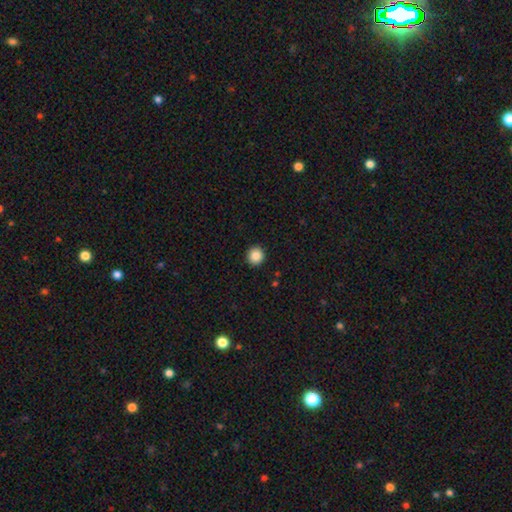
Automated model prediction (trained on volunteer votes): Smooth or featured? Predicted: smooth (p=0.87). How rounded? Predicted: round (p=0.95). Merging? Predicted: none (p=0.93).